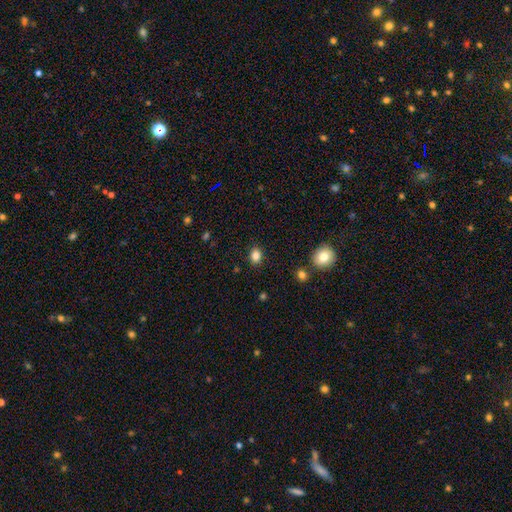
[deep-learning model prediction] Q: Smooth or featured?
A: smooth (84%); runner-up: star or artifact (11%)
Q: How rounded?
A: in between (59%); runner-up: round (40%)
Q: Merging?
A: none (88%); runner-up: minor disturbance (8%)